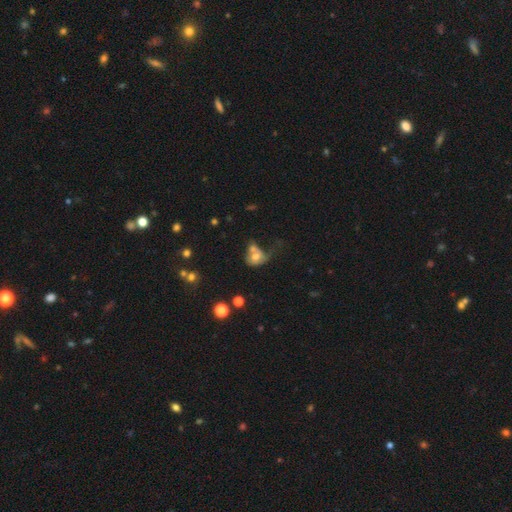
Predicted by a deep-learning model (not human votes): Smooth or featured? Predicted: smooth (p=0.59). How rounded? Predicted: in between (p=0.51). Merging? Predicted: merger (p=0.43).